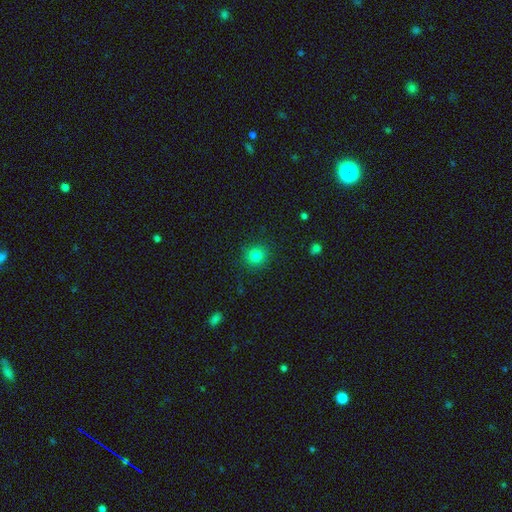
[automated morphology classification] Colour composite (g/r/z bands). It shows a smooth galaxy with no disk features (82%) that is round (92%). Merging: none (89%).